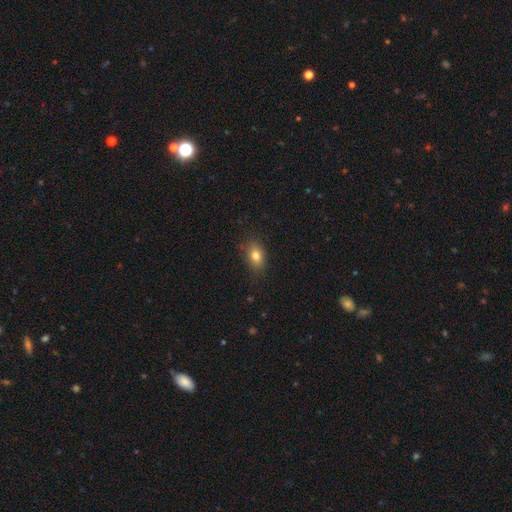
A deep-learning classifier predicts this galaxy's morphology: This appears to be a smooth galaxy with no disk features (80%) that is in between round and cigar-shaped (80%). Merging: none (82%).